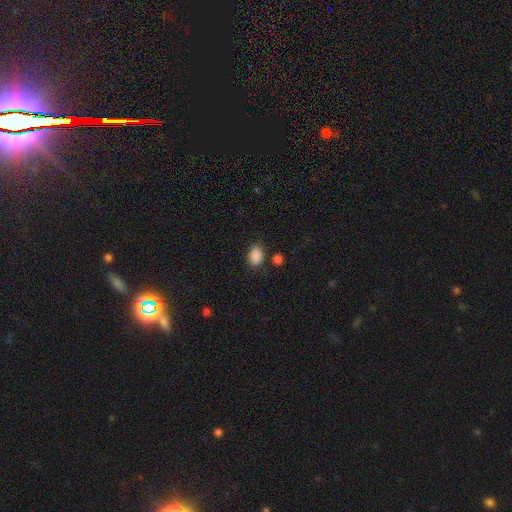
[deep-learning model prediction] Smooth or featured? smooth (88%)
How rounded? in between (83%)
Merging? none (78%)